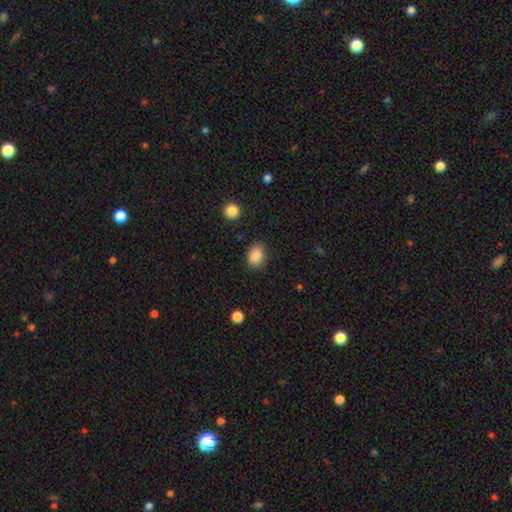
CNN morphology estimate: Q: Smooth or featured?
A: smooth (88%); runner-up: star or artifact (9%)
Q: How rounded?
A: in between (61%); runner-up: round (38%)
Q: Merging?
A: none (84%); runner-up: minor disturbance (12%)